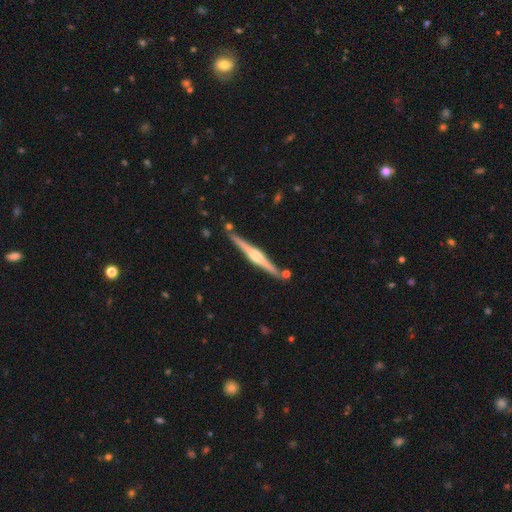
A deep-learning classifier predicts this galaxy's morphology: smooth-or-featured: featured or disk: 81% | smooth: 14% | star or artifact: 5%
  disk-edge-on: yes: 98% | no: 2%
    edge-on-bulge: rounded: 82% | boxy: 14% | none: 4%
  merging: none: 86% | minor disturbance: 8% | merger: 4% | major disturbance: 2%